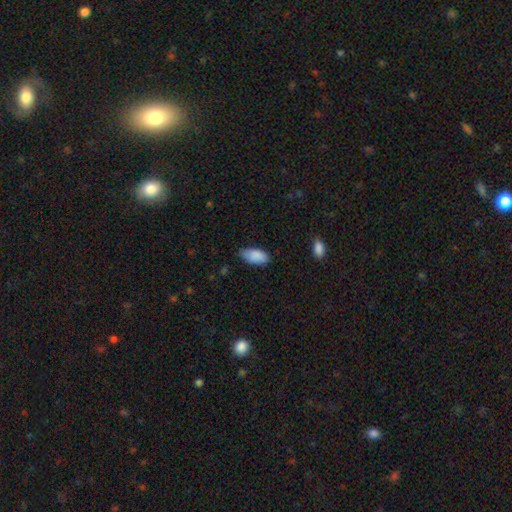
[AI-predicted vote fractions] smooth_or_featured: smooth (p=0.88) [alt: star or artifact p=0.07]
how_rounded: in between (p=0.92) [alt: cigar-shaped p=0.06]
merging: none (p=0.65) [alt: minor disturbance p=0.29]